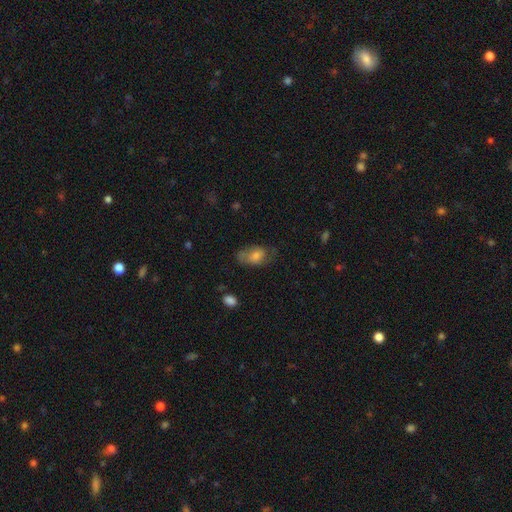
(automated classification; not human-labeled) Morphology: type=smooth (66%); roundness=in between (87%); merging=none (47%).